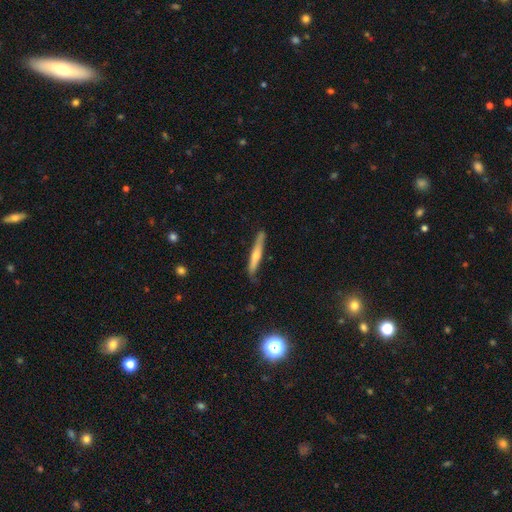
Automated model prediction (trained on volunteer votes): A featured or disk galaxy (52%) viewed edge-on (94%). Merging: none (79%).